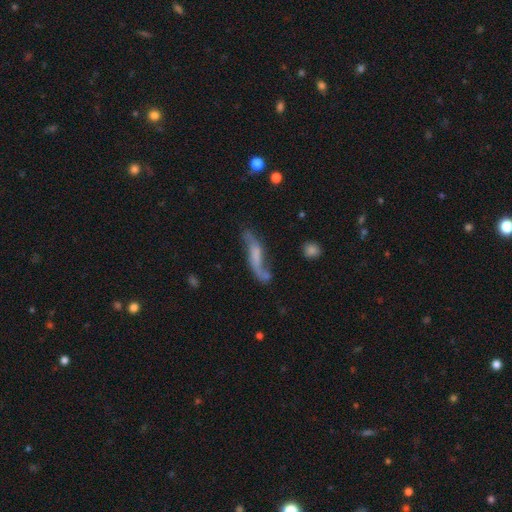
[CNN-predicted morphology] smooth-or-featured: featured or disk: 64% | smooth: 28% | star or artifact: 8%
  disk-edge-on: no: 72% | yes: 28%
  merging: none: 51% | minor disturbance: 24% | major disturbance: 16% | merger: 9%